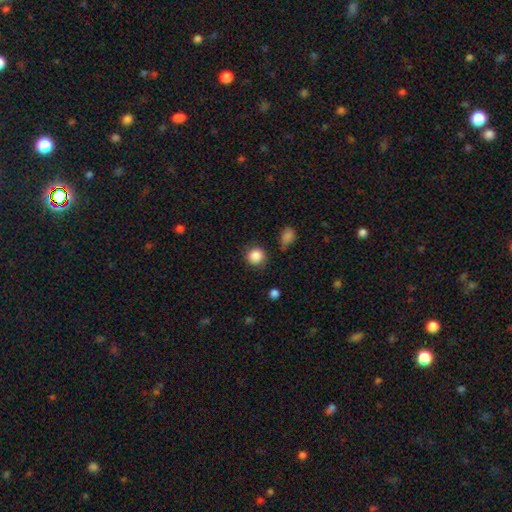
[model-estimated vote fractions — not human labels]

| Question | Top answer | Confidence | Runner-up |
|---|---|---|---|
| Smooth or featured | smooth | 87% | star or artifact (9%) |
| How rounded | round | 90% | in between (9%) |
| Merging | none | 82% | minor disturbance (12%) |